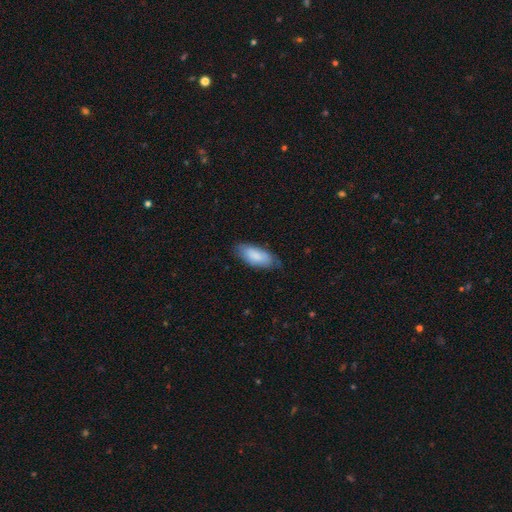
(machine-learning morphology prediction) This is clearly a smooth galaxy (82%). How rounded: clearly in between (85%). Merging: likely none (71%).